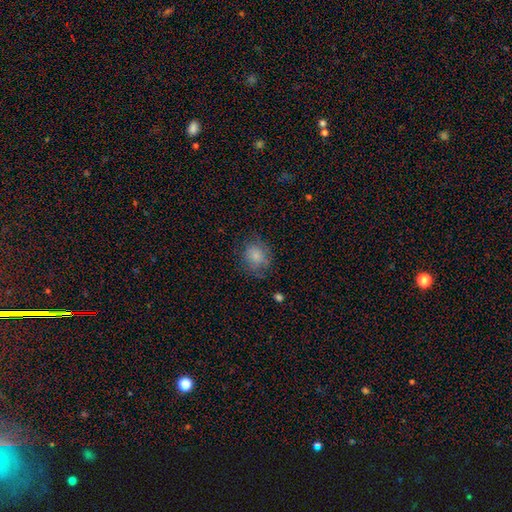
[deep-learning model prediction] Overall: smooth (79%). How rounded: round (68%; in between 31%). Merging: none (71%).